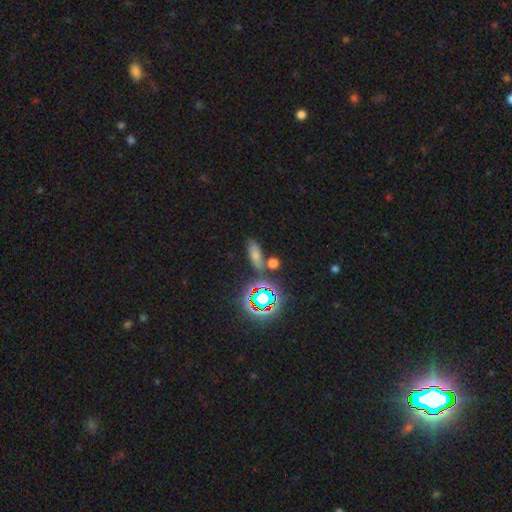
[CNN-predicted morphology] smooth 58%, star or artifact 29%, featured or disk 13%. Down the decision tree: how rounded — in between (62%); merging — none (69%).